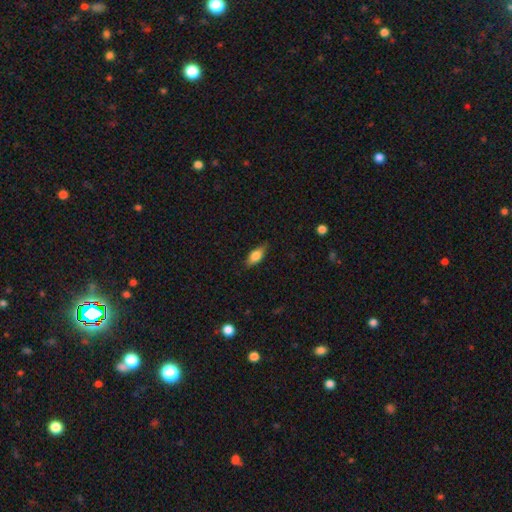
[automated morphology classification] Smooth or featured?
  - smooth: 71% *
  - featured or disk: 21%
  - star or artifact: 7%
How rounded?
  - in between: 78% *
  - cigar-shaped: 18%
  - round: 4%
Merging?
  - none: 82% *
  - minor disturbance: 15%
  - major disturbance: 3%
  - merger: 1%